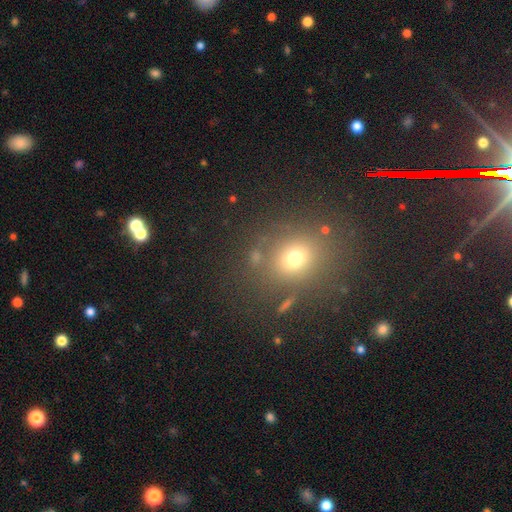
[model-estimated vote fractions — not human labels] The model was most divided on "how rounded": round: 67%, in between: 31%, cigar-shaped: 1%. More confident: merging — none (77%); smooth or featured — smooth (64%).